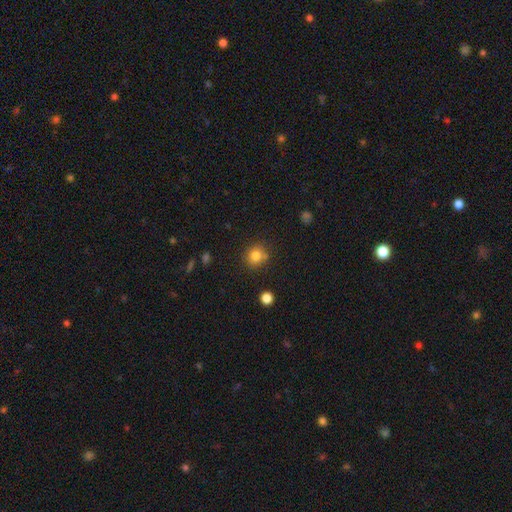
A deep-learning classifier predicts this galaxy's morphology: Overall: smooth (81%). How rounded: round (85%). Merging: none (75%).